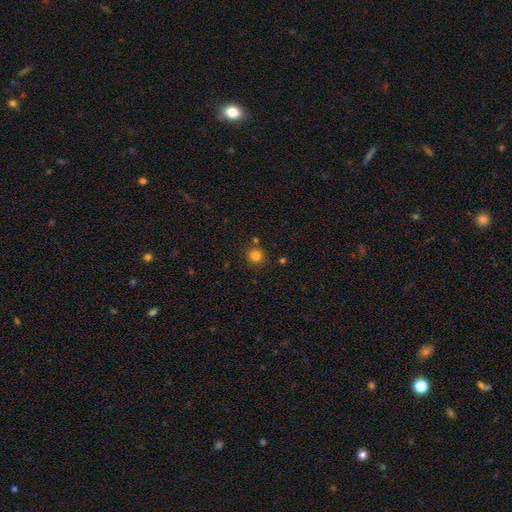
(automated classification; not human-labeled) This appears to be a smooth galaxy with no disk features (82%) that is round (92%). Merging: none (82%).